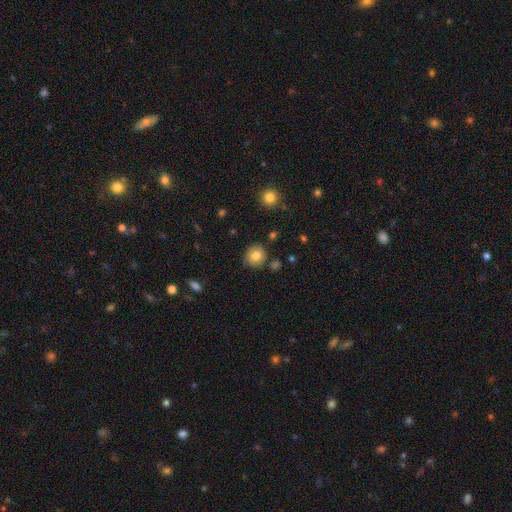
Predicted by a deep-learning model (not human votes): Morphology: type=smooth (79%); roundness=round (88%); merging=none (81%).